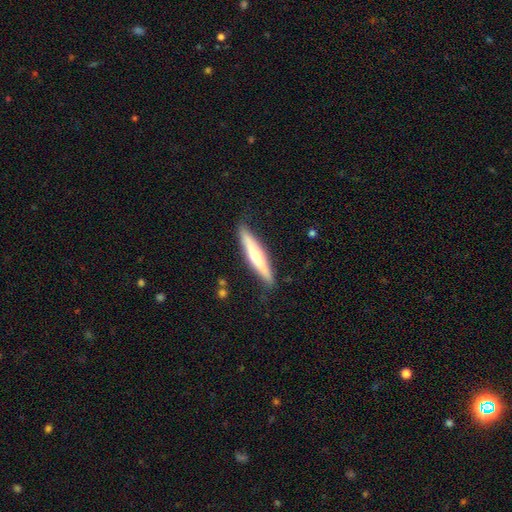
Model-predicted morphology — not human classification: Overall: featured or disk (49%; smooth 46%). Merging: none (85%).